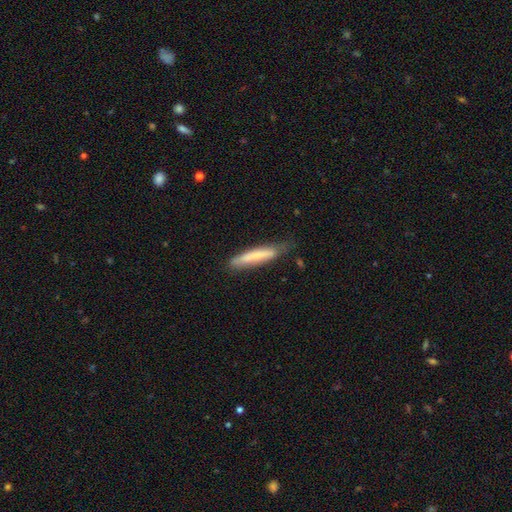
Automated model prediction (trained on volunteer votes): Smooth or featured: smooth — 70% (featured or disk — 24%)
How rounded: cigar-shaped — 90% (in between — 9%)
Merging: none — 65% (minor disturbance — 27%)